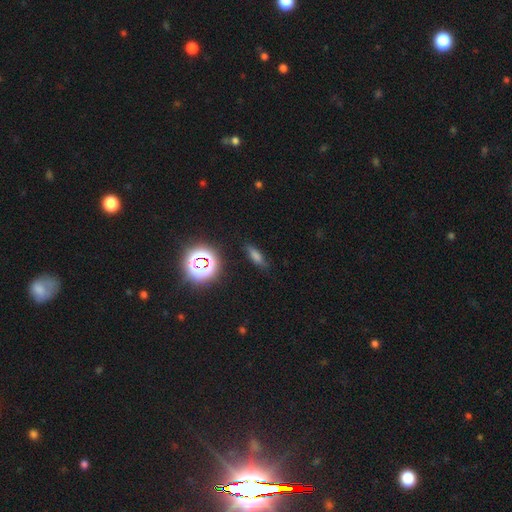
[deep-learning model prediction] Smooth or featured? Predicted: smooth (p=0.60). How rounded? Predicted: in between (p=0.48). Merging? Predicted: none (p=0.79).